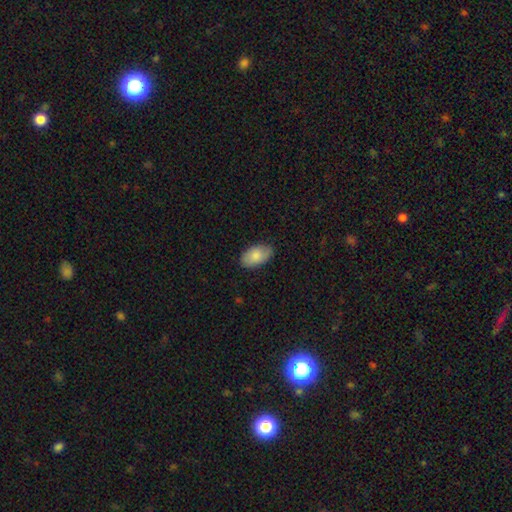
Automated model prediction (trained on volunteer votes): Smooth or featured?
  - smooth: 83% *
  - featured or disk: 11%
  - star or artifact: 6%
How rounded?
  - in between: 94% *
  - round: 5%
  - cigar-shaped: 1%
Merging?
  - none: 81% *
  - minor disturbance: 16%
  - major disturbance: 3%
  - merger: 1%